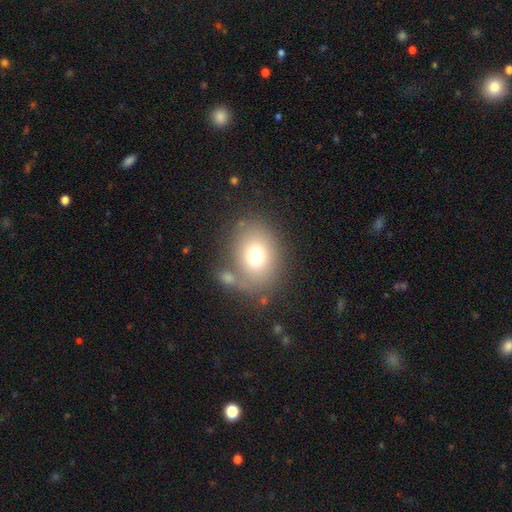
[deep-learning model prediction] Smooth or featured?
  - smooth: 72% *
  - featured or disk: 15%
  - star or artifact: 12%
How rounded?
  - in between: 54% *
  - round: 45%
  - cigar-shaped: 1%
Merging?
  - none: 69% *
  - minor disturbance: 14%
  - merger: 11%
  - major disturbance: 7%